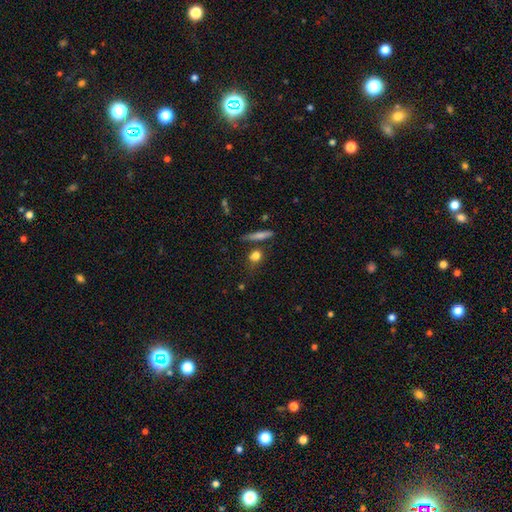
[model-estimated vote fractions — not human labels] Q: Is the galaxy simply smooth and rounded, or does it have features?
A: smooth — 78%.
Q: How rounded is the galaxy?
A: round — 65%.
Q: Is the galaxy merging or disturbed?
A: none — 71%.